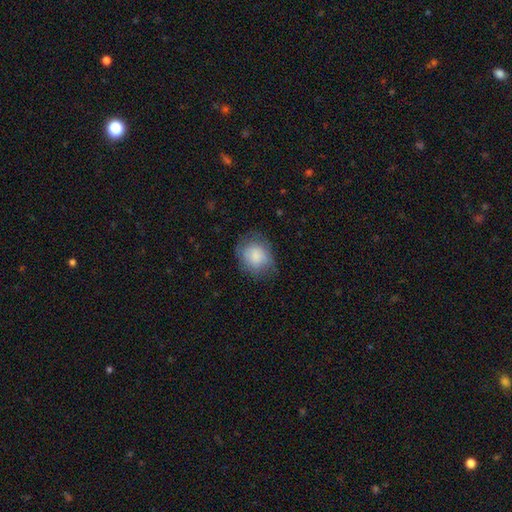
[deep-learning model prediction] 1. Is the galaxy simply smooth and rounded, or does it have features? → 80% smooth, 13% featured or disk, 7% star or artifact.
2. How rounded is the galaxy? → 59% round, 40% in between, 1% cigar-shaped.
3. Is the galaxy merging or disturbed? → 67% none, 23% minor disturbance, 9% major disturbance, 1% merger.